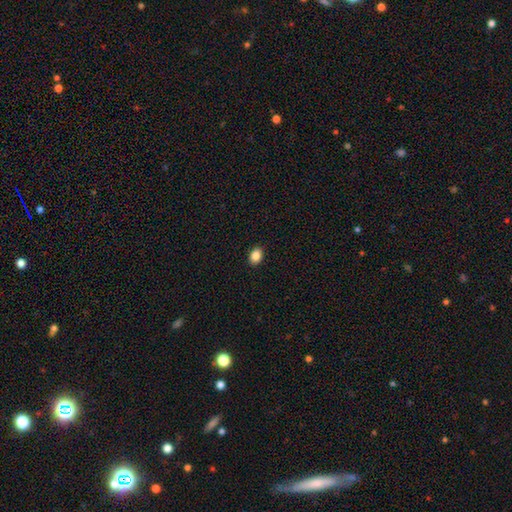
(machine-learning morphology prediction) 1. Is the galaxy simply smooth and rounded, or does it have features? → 87% smooth, 9% star or artifact, 4% featured or disk.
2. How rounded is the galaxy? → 70% in between, 29% round, 1% cigar-shaped.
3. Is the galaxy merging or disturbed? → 91% none, 7% minor disturbance, 2% major disturbance, 1% merger.